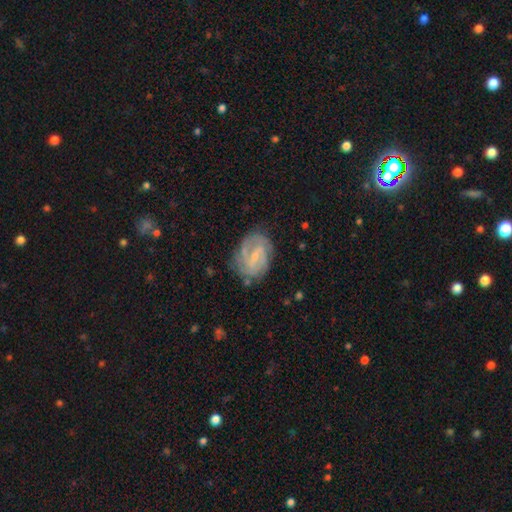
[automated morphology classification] A featured or disk galaxy (80%) with a weak bar (56%), 2 (52%) tight (47%) spiral arms (92%) and a small central bulge (68%). Merging: none (72%).